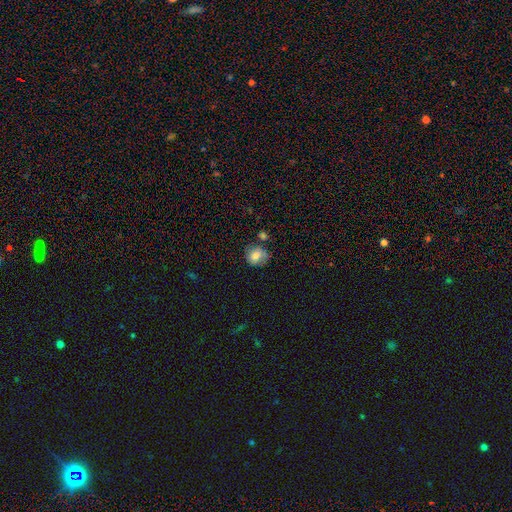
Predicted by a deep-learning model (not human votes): A smooth galaxy with no disk features (77%) that is round (77%). Merging: none (66%).